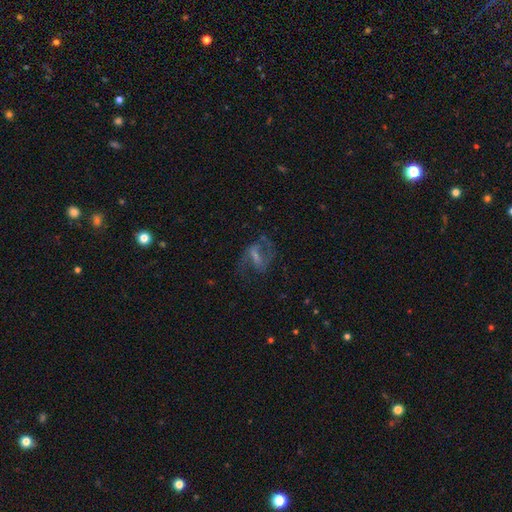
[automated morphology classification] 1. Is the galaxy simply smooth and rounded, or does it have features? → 67% featured or disk, 19% smooth, 14% star or artifact.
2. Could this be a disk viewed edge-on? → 93% no, 7% yes.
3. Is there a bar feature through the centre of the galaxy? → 41% weak, 40% strong, 19% no.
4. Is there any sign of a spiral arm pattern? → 79% yes, 21% no.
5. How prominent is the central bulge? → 36% small, 32% none, 24% moderate, 6% large, 2% dominant.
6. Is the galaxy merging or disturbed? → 60% none, 21% major disturbance, 16% minor disturbance, 2% merger.